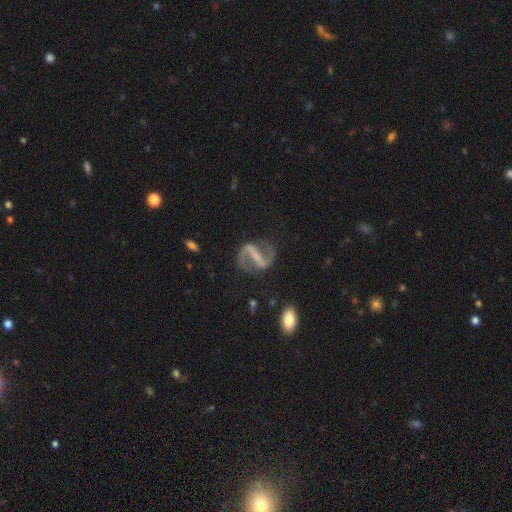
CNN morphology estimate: smooth-or-featured: featured or disk: 90% | star or artifact: 5% | smooth: 5%
  disk-edge-on: no: 97% | yes: 3%
    bar: strong: 74% | weak: 19% | no: 7%
    has-spiral-arms: yes: 95% | no: 5%
      spiral-winding: medium: 48% | loose: 40% | tight: 12%
      spiral-arm-count: 2: 94% | can't tell: 2% | 1: 2% | 3: 1% | 4: 1% | more than 4: 1%
    bulge-size: small: 49% | none: 33% | moderate: 15% | large: 2% | dominant: 1%
  merging: none: 80% | minor disturbance: 12% | major disturbance: 7% | merger: 2%